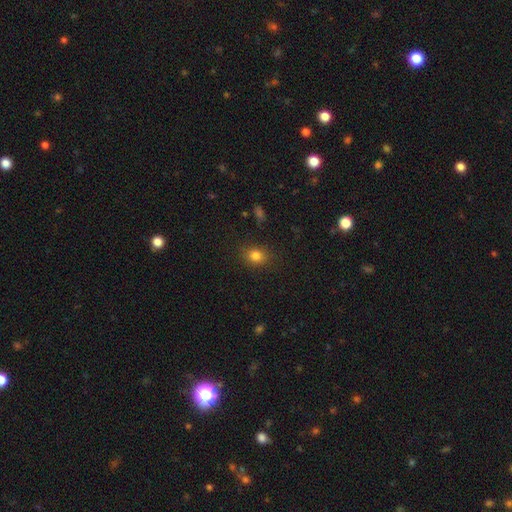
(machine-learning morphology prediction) Q: Smooth or featured?
A: smooth (82%); runner-up: star or artifact (12%)
Q: How rounded?
A: round (57%); runner-up: in between (42%)
Q: Merging?
A: none (84%); runner-up: minor disturbance (11%)